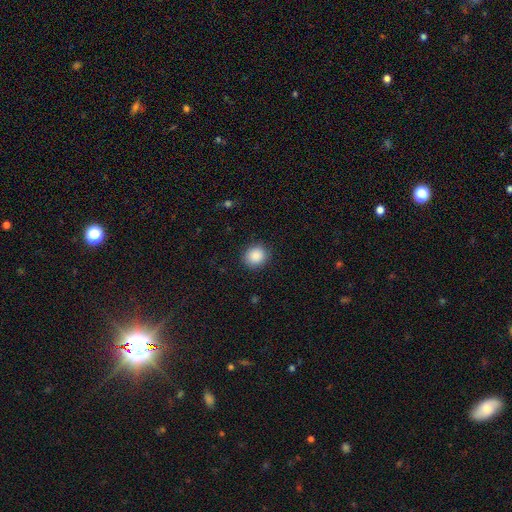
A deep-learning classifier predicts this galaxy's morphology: smooth 88%, star or artifact 8%, featured or disk 4%. Down the decision tree: how rounded — round (80%); merging — none (88%).